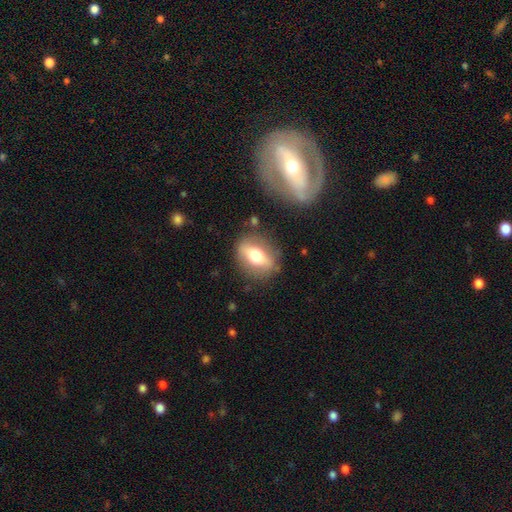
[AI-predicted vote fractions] Q: Smooth or featured?
A: smooth (53%); runner-up: featured or disk (39%)
Q: How rounded?
A: in between (68%); runner-up: round (25%)
Q: Merging?
A: none (77%); runner-up: minor disturbance (14%)